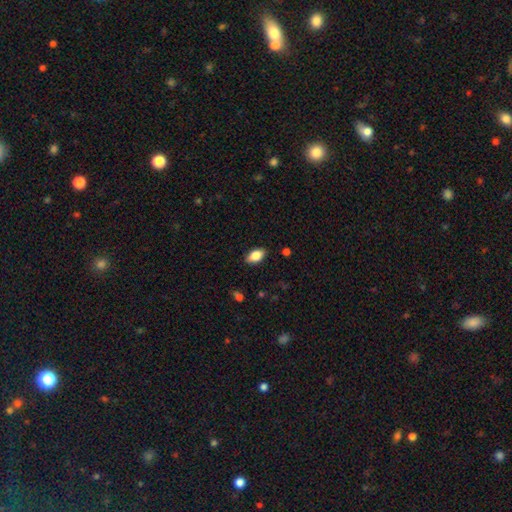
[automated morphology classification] type=smooth (82%); roundness=in between (90%); merging=none (86%).